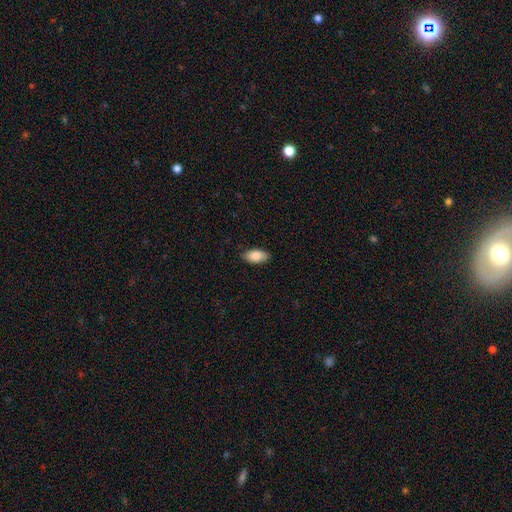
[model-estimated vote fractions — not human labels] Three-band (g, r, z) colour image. It shows a smooth galaxy with no disk features (86%) that is in between round and cigar-shaped (93%). Merging: none (87%).